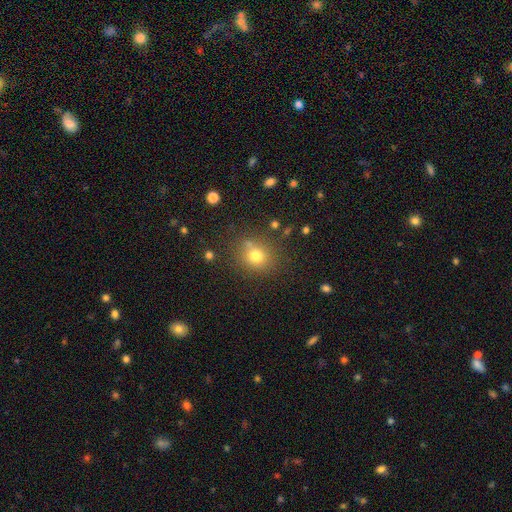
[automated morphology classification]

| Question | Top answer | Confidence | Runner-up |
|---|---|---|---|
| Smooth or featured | smooth | 75% | star or artifact (16%) |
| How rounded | round | 77% | in between (22%) |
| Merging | none | 75% | minor disturbance (13%) |